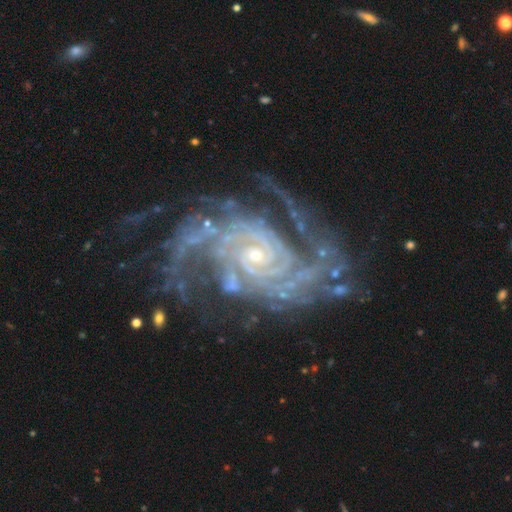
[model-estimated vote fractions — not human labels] Smooth or featured? Predicted: featured or disk (p=0.93). Edge-on disk? Predicted: no (p=0.98). Bar? Predicted: no (p=0.62). Spiral arms? Predicted: yes (p=0.98). Spiral winding? Predicted: tight (p=0.50). Spiral arm count? Predicted: 2 (p=0.41). Bulge size? Predicted: small (p=0.77). Merging? Predicted: none (p=0.68).